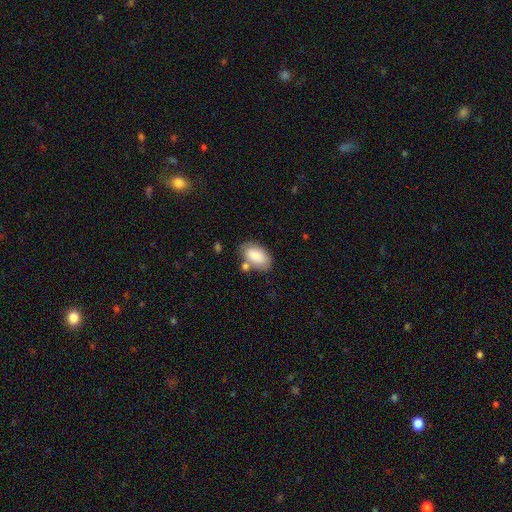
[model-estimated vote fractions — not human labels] smooth_or_featured: smooth (p=0.82) [alt: featured or disk p=0.12]
how_rounded: in between (p=0.94) [alt: round p=0.04]
merging: none (p=0.62) [alt: minor disturbance p=0.19]